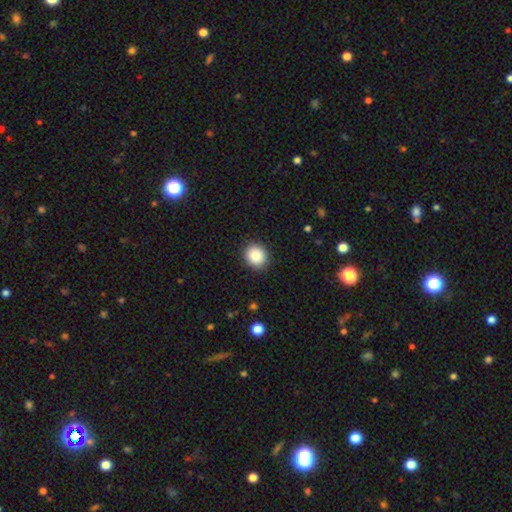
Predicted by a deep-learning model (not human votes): A smooth galaxy with no disk features (88%) that is round (82%).

Vote fractions:
- Smooth or featured? smooth: 88% / star or artifact: 8% / featured or disk: 3%
- How rounded? round: 82% / in between: 17% / cigar-shaped: 1%
- Merging? none: 90% / minor disturbance: 7% / major disturbance: 2% / merger: 1%